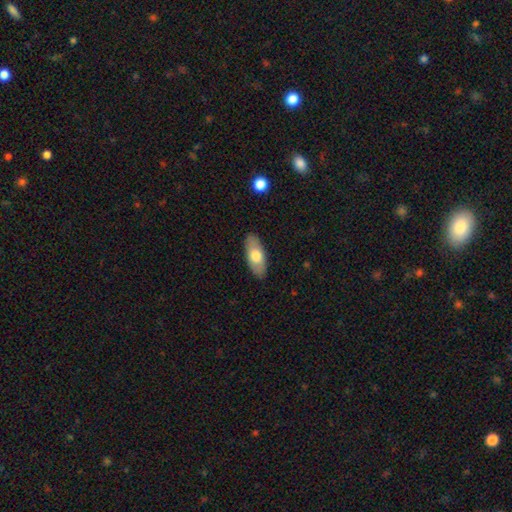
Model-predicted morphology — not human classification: Q: Smooth or featured?
A: smooth (69%); runner-up: featured or disk (26%)
Q: How rounded?
A: in between (86%); runner-up: cigar-shaped (12%)
Q: Merging?
A: none (87%); runner-up: minor disturbance (9%)